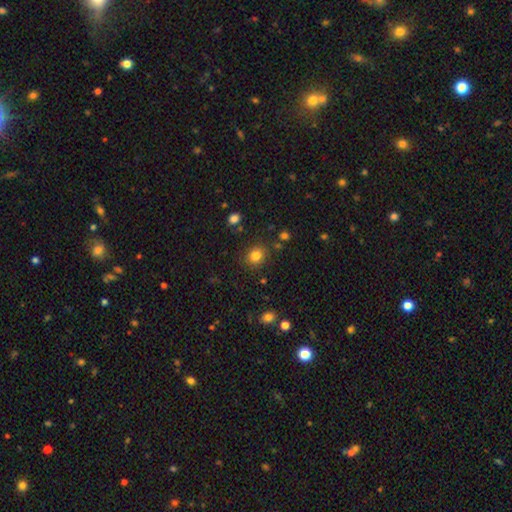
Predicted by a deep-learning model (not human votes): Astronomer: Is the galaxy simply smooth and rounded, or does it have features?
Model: smooth — 82%.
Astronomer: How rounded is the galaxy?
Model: round — 71%.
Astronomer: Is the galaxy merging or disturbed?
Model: none — 85%.